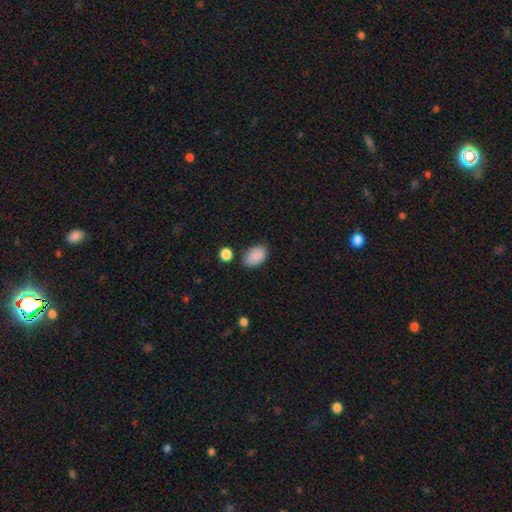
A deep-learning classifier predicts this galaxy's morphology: The model was most divided on "merging": none: 76%, minor disturbance: 16%, merger: 4%, major disturbance: 4%. More confident: how rounded — in between (89%); smooth or featured — smooth (88%).